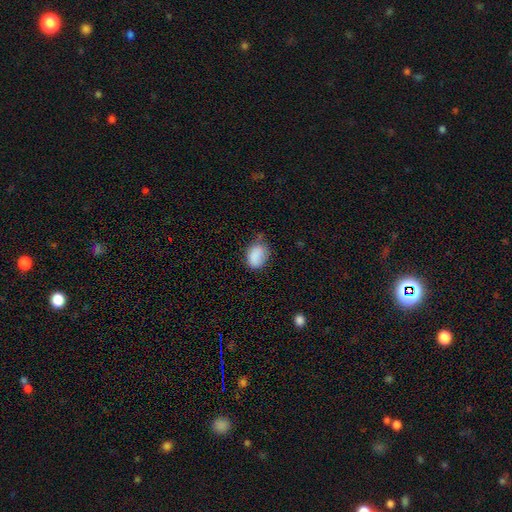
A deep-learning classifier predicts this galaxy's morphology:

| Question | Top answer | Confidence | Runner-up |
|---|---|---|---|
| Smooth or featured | smooth | 87% | star or artifact (8%) |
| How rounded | in between | 75% | round (24%) |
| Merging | none | 58% | minor disturbance (31%) |